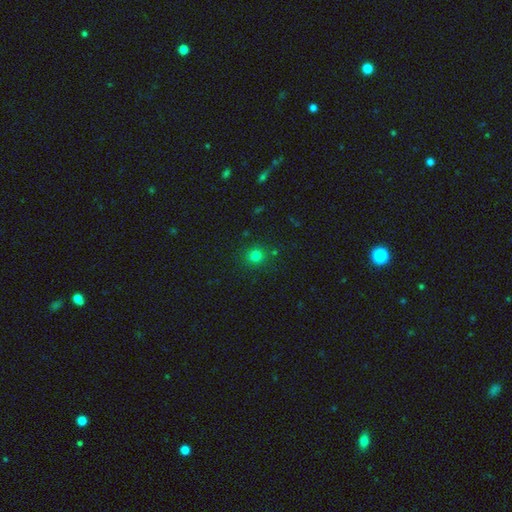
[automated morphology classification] Q: Smooth or featured?
A: smooth (78%); runner-up: star or artifact (17%)
Q: How rounded?
A: round (92%); runner-up: in between (7%)
Q: Merging?
A: none (87%); runner-up: minor disturbance (8%)